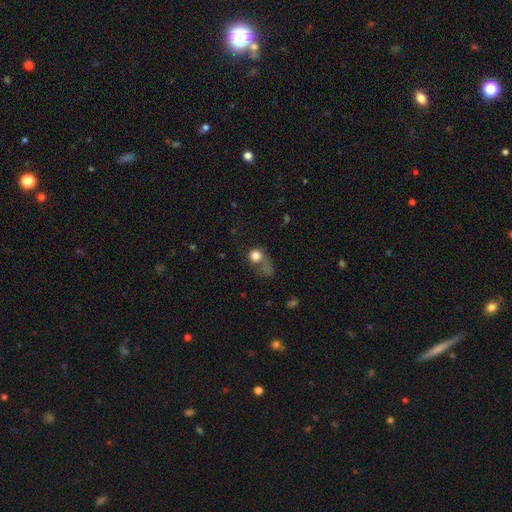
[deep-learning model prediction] This appears to be a smooth galaxy with no disk features (77%) that is round (80%). Merging: major disturbance (36%).